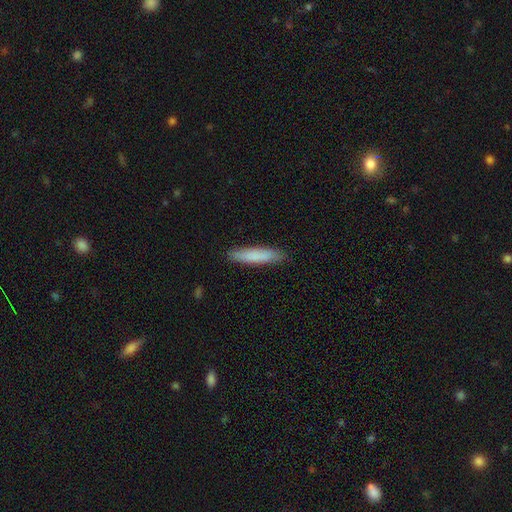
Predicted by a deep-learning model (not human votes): Q: Smooth or featured?
A: smooth (81%); runner-up: featured or disk (13%)
Q: How rounded?
A: cigar-shaped (87%); runner-up: in between (12%)
Q: Merging?
A: none (89%); runner-up: minor disturbance (8%)